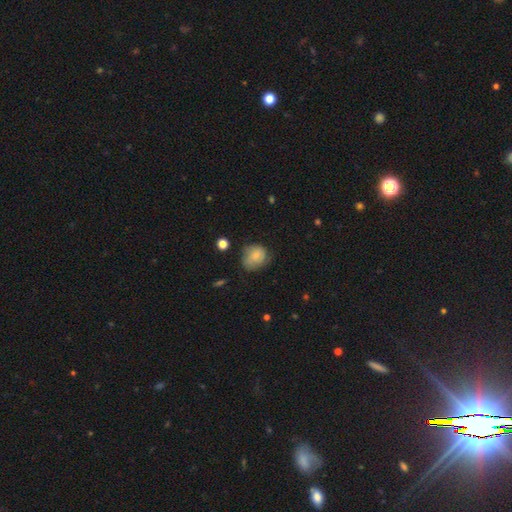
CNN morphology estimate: smooth_or_featured: smooth (p=0.73) [alt: featured or disk p=0.19]
how_rounded: round (p=0.64) [alt: in between p=0.35]
merging: none (p=0.52) [alt: minor disturbance p=0.34]